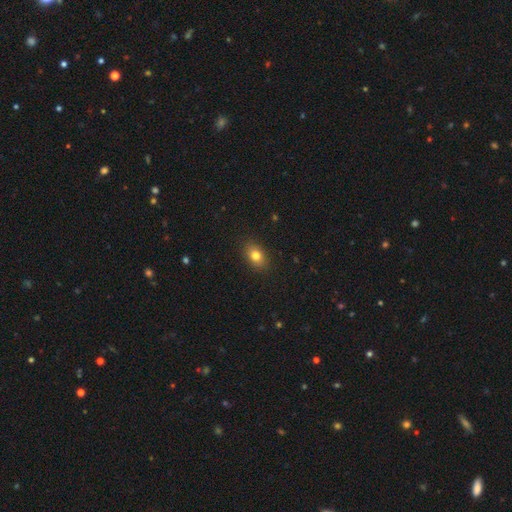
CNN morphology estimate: type=smooth (80%); roundness=in between (77%); merging=none (88%).